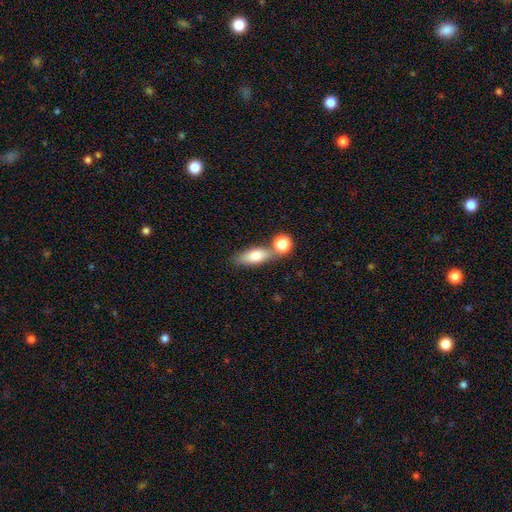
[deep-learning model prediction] Morphology: type=smooth (74%); roundness=in between (68%); merging=none (51%).